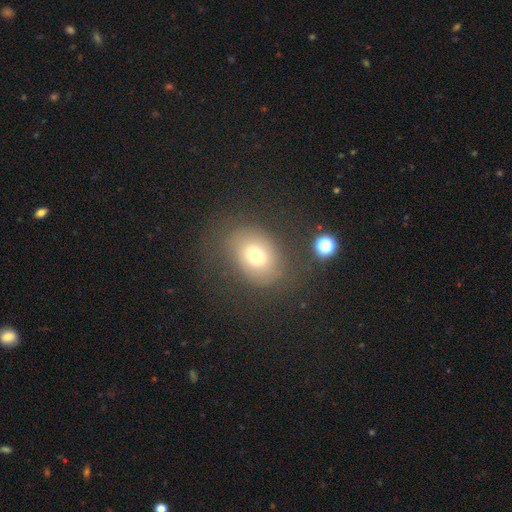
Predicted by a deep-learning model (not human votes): smooth-or-featured: smooth: 69% | featured or disk: 17% | star or artifact: 14%
  how-rounded: in between: 59% | round: 40% | cigar-shaped: 1%
  merging: none: 73% | minor disturbance: 15% | major disturbance: 10% | merger: 3%